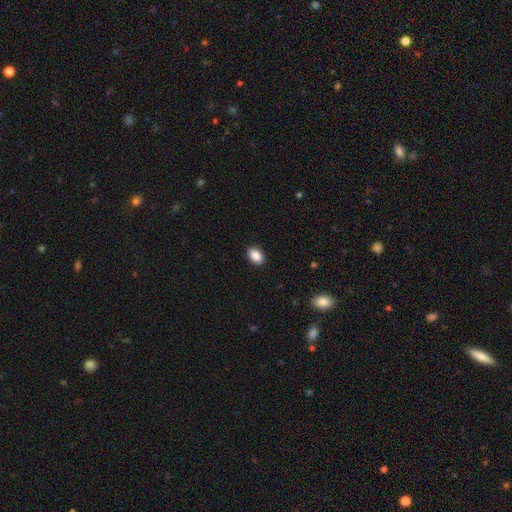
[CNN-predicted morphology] type=smooth (89%); roundness=in between (87%); merging=none (90%).